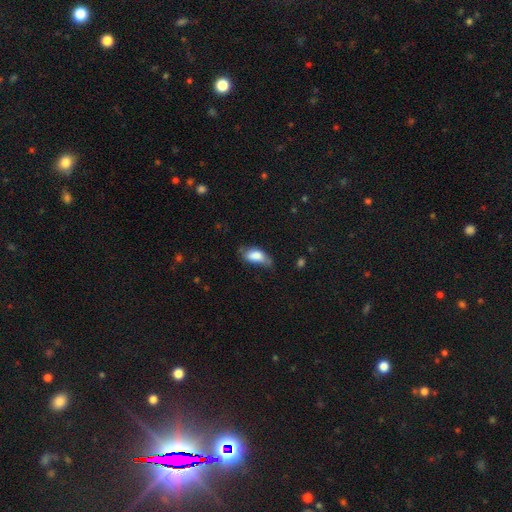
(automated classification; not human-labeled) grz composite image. It shows a smooth galaxy with no disk features (79%) that is in between round and cigar-shaped (88%). Merging: none (41%, tied with minor disturbance).